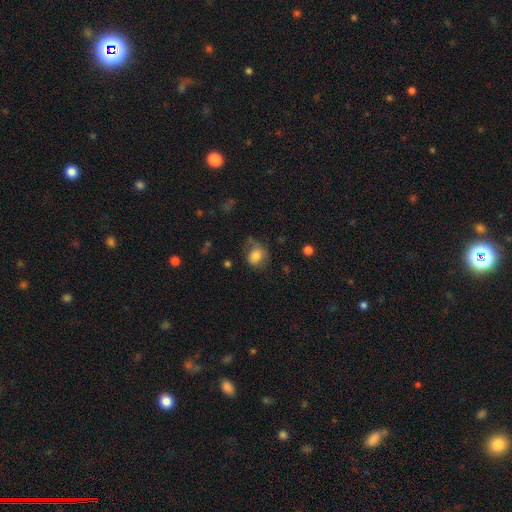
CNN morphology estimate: This is likely a smooth galaxy (77%). How rounded: possibly round (60%). Merging: possibly none (46%).